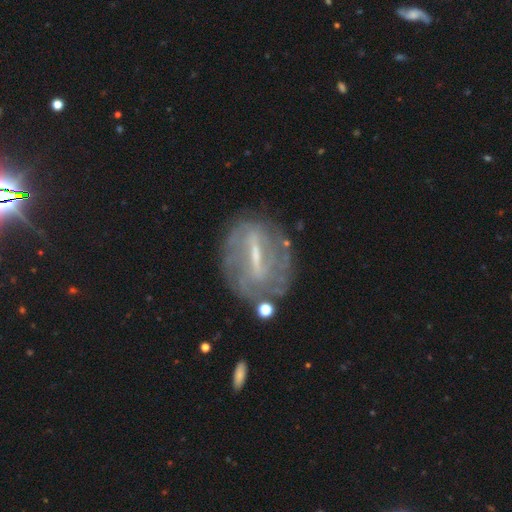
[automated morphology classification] Smooth or featured? featured or disk (77%)
Edge-on disk? no (87%)
Bar? strong (64%)
Spiral arms? yes (62%)
Bulge size? small (52%)
Merging? none (68%)